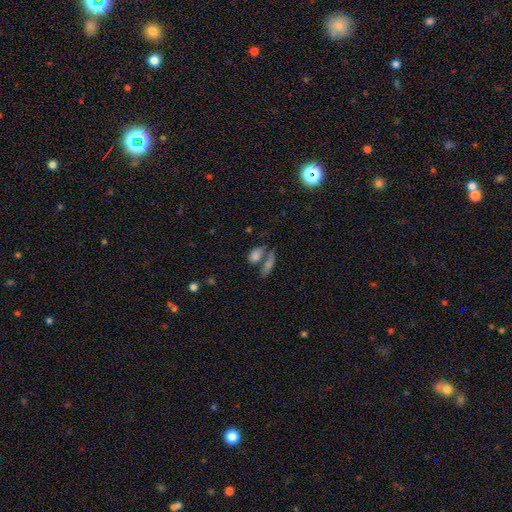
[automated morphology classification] Smooth or featured? smooth (80%)
How rounded? in between (83%)
Merging? merger (44%)